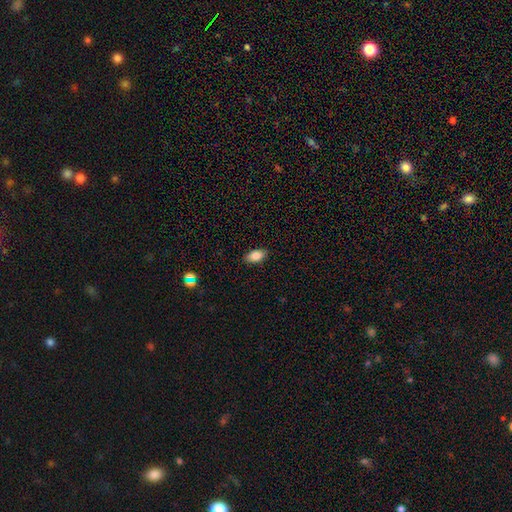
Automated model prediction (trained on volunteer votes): Morphology: type=smooth (84%); roundness=in between (91%); merging=none (88%).